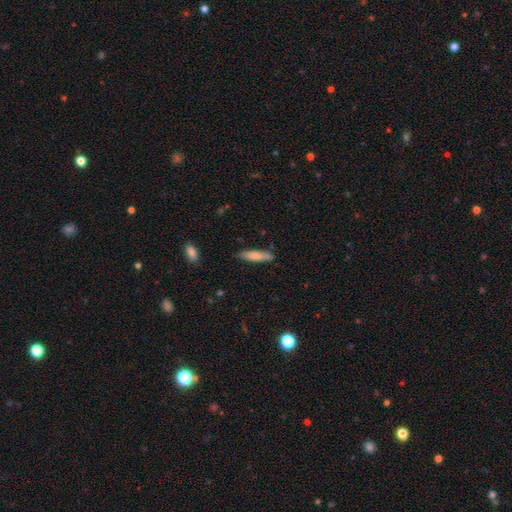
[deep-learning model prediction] Morphology: type=smooth (77%); roundness=cigar-shaped (75%); merging=none (83%).